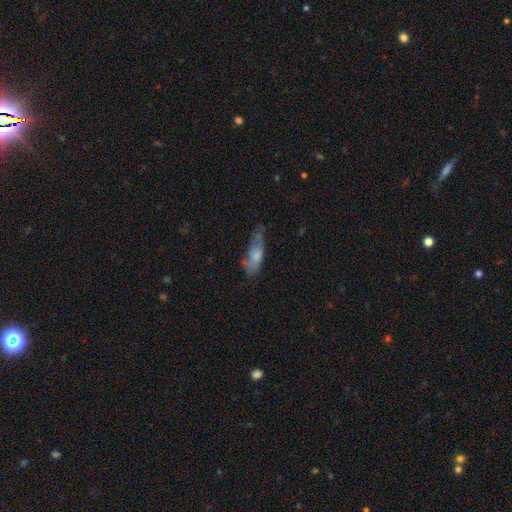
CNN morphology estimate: Smooth or featured: smooth — 67% (featured or disk — 26%)
How rounded: in between — 54% (cigar-shaped — 44%)
Merging: none — 45% (minor disturbance — 36%)